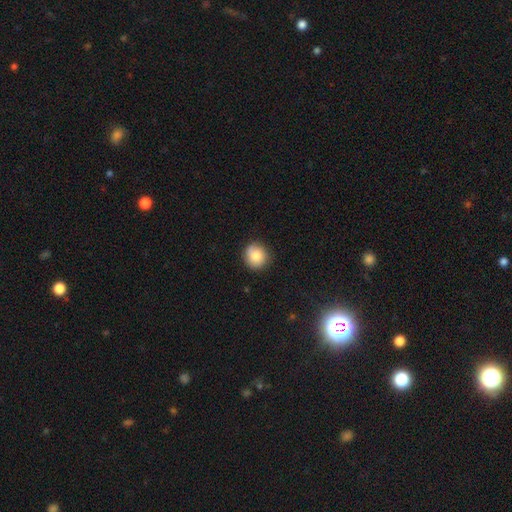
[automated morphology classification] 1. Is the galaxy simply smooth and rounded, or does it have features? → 79% smooth, 12% featured or disk, 9% star or artifact.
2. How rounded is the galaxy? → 89% round, 10% in between, 1% cigar-shaped.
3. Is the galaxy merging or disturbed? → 80% none, 15% minor disturbance, 3% major disturbance, 2% merger.